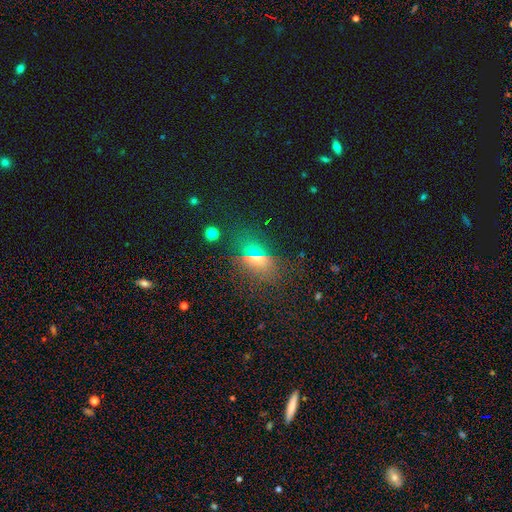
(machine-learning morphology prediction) smooth-or-featured: smooth: 51% | star or artifact: 29% | featured or disk: 20%
  how-rounded: in between: 67% | round: 26% | cigar-shaped: 7%
  merging: none: 72% | minor disturbance: 14% | major disturbance: 8% | merger: 6%